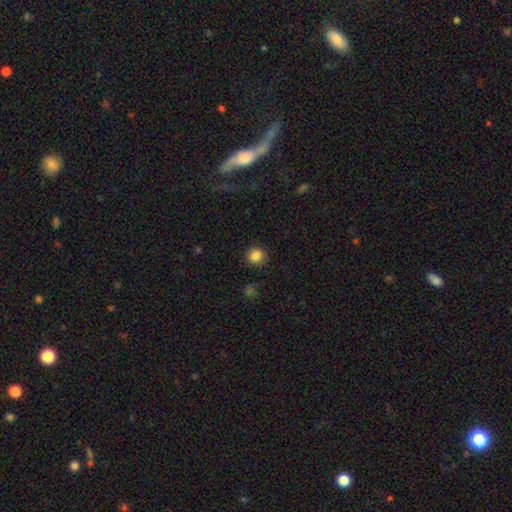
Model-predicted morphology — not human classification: Overall: smooth (85%). How rounded: round (88%). Merging: none (88%).